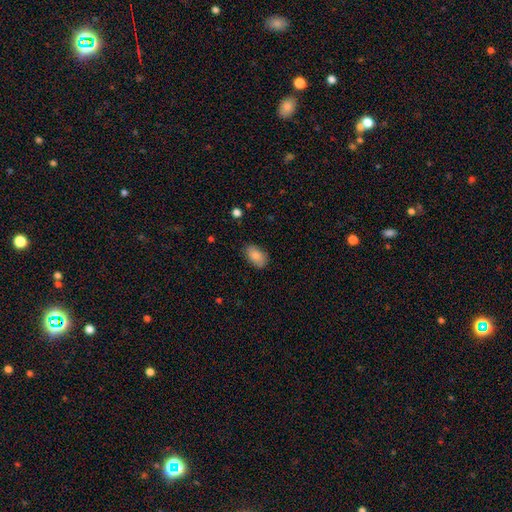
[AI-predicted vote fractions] Q: Smooth or featured?
A: smooth (84%); runner-up: featured or disk (9%)
Q: How rounded?
A: in between (92%); runner-up: round (7%)
Q: Merging?
A: none (82%); runner-up: minor disturbance (15%)